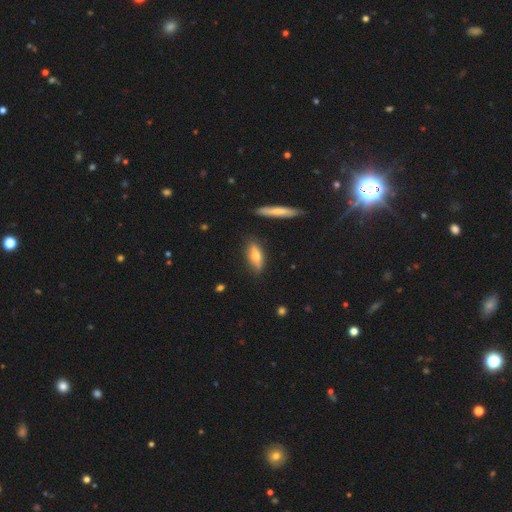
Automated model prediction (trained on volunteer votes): smooth_or_featured: smooth (p=0.57) [alt: featured or disk p=0.37]
how_rounded: in between (p=0.50) [alt: cigar-shaped p=0.47]
merging: none (p=0.80) [alt: minor disturbance p=0.14]